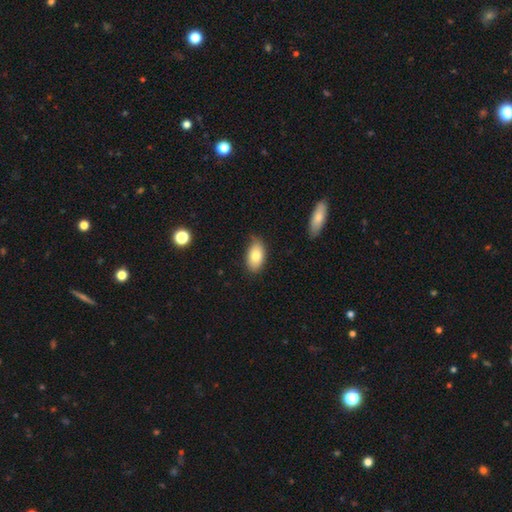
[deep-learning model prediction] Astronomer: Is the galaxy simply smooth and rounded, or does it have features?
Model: smooth — 81%.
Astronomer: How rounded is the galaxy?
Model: in between — 93%.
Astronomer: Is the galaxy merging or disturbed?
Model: none — 76%.